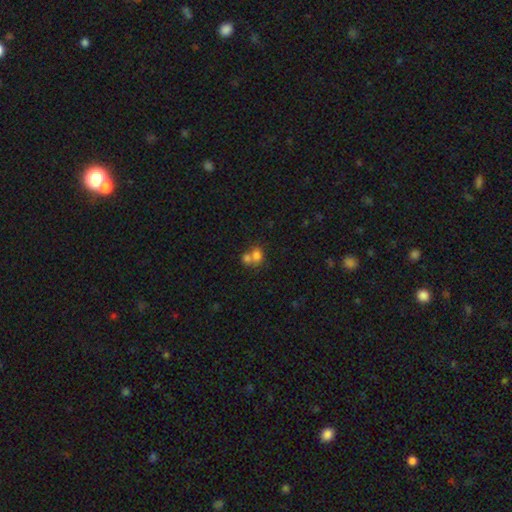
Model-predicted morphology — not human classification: Q: Smooth or featured?
A: smooth (75%); runner-up: featured or disk (13%)
Q: How rounded?
A: round (58%); runner-up: in between (41%)
Q: Merging?
A: merger (60%); runner-up: none (30%)